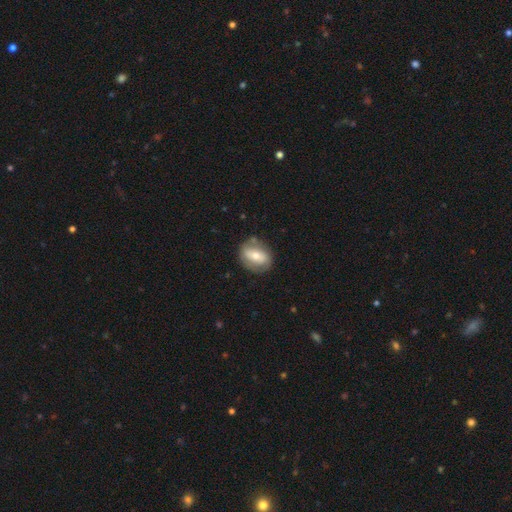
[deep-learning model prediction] A smooth galaxy with no disk features (51%) that is in between round and cigar-shaped (64%).

Vote fractions:
- Smooth or featured? smooth: 51% / featured or disk: 42% / star or artifact: 7%
- How rounded? in between: 64% / round: 33% / cigar-shaped: 2%
- Merging? none: 74% / minor disturbance: 17% / major disturbance: 6% / merger: 3%